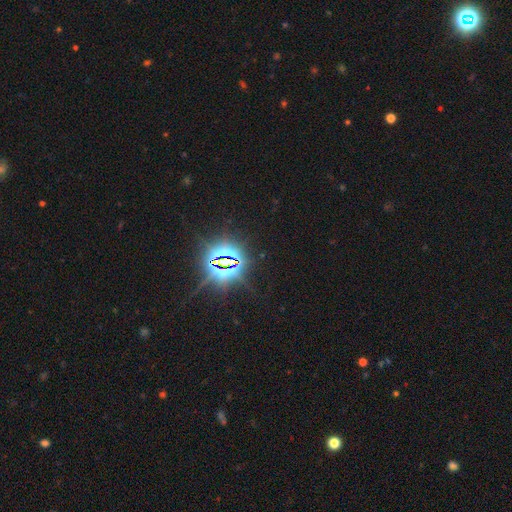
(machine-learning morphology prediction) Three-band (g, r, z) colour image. It shows a star or artifact, not a galaxy (86%).